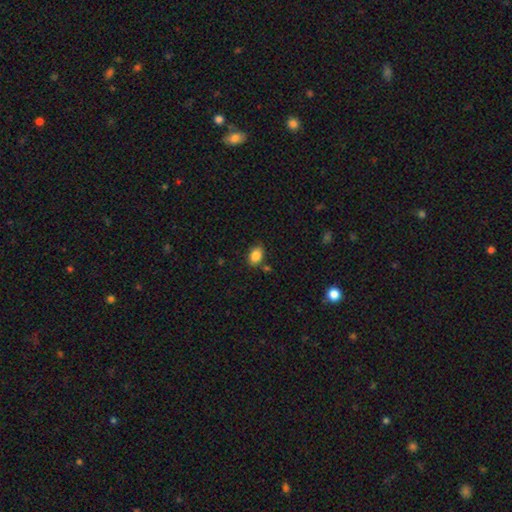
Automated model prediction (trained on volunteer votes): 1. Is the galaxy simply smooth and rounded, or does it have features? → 86% smooth, 9% star or artifact, 5% featured or disk.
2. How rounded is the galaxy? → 78% in between, 21% round, 1% cigar-shaped.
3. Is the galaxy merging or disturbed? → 77% none, 15% minor disturbance, 5% merger, 3% major disturbance.